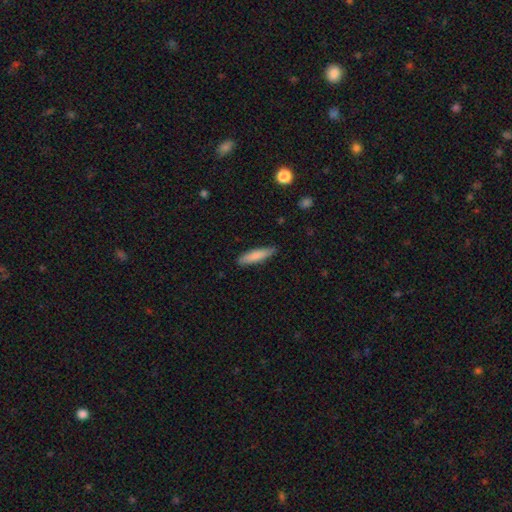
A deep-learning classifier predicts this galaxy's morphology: This is clearly a smooth galaxy (82%). How rounded: likely cigar-shaped (72%). Merging: clearly none (83%).